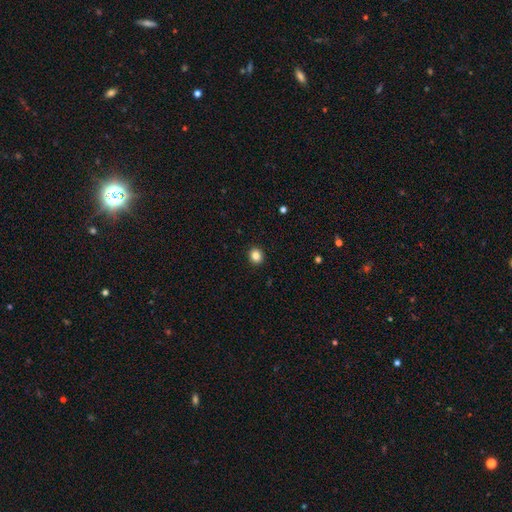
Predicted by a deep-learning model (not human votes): smooth 85%, star or artifact 11%, featured or disk 4%. Down the decision tree: how rounded — round (75%); merging — none (92%).